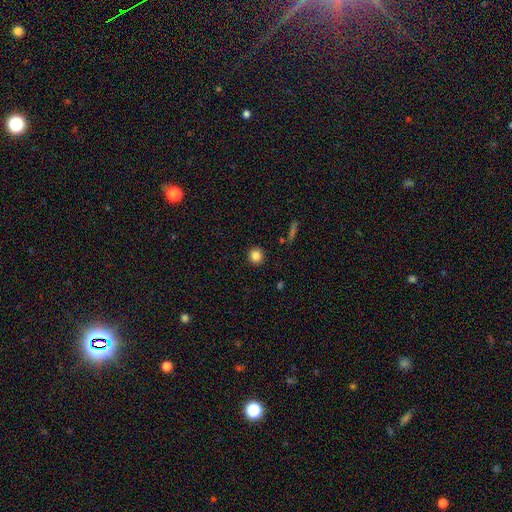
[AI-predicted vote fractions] Smooth or featured? Predicted: smooth (p=0.84). How rounded? Predicted: round (p=0.93). Merging? Predicted: none (p=0.91).